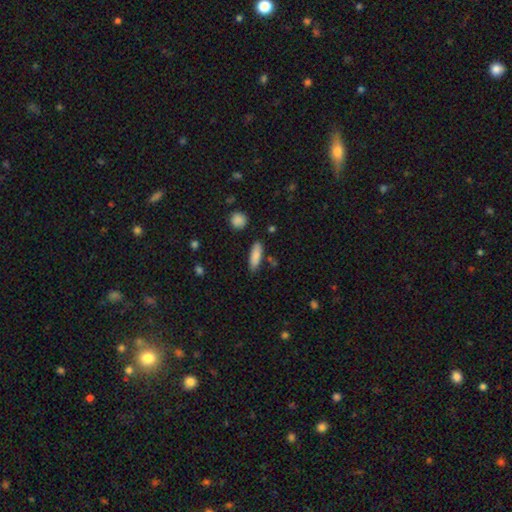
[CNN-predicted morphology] This is clearly a smooth galaxy (86%). How rounded: possibly cigar-shaped (52%). Merging: clearly none (82%).